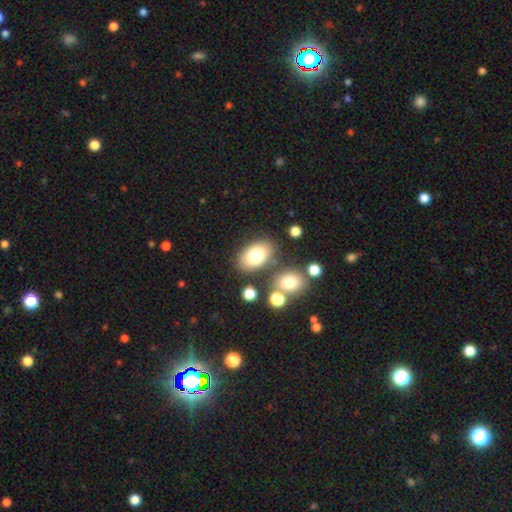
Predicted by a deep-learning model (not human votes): Smooth or featured? smooth (78%)
How rounded? in between (85%)
Merging? none (76%)